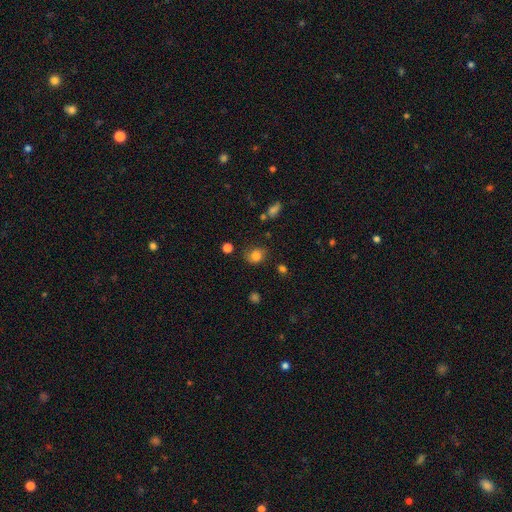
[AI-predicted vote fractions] A smooth galaxy with no disk features (81%) that is round (63%).

Vote fractions:
- Smooth or featured? smooth: 81% / star or artifact: 12% / featured or disk: 7%
- How rounded? round: 63% / in between: 36% / cigar-shaped: 1%
- Merging? none: 70% / minor disturbance: 21% / major disturbance: 6% / merger: 3%